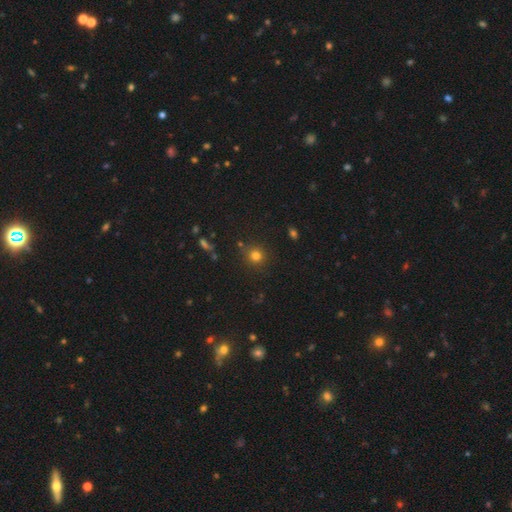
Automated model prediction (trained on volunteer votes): Overall: smooth (77%). How rounded: round (91%). Merging: none (85%).